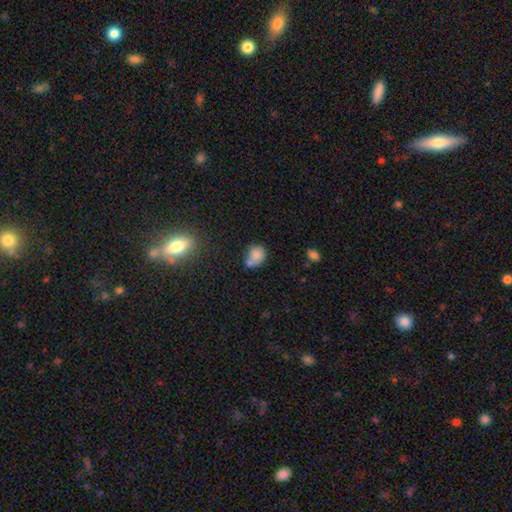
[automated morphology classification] The model was most divided on "merging": none: 40%, merger: 38%, minor disturbance: 16%, major disturbance: 6%. More confident: smooth or featured — smooth (78%); how rounded — round (60%).